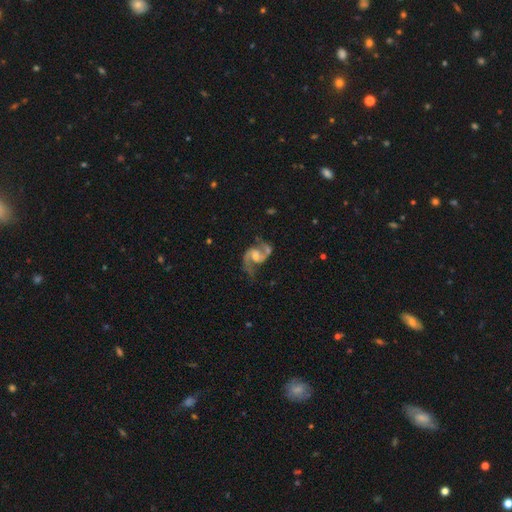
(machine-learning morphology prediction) A featured or disk galaxy (91%) with a weak bar (48%), 2 (93%) medium (51%) spiral arms (97%) and a moderate central bulge (51%).

Vote fractions:
- Smooth or featured? featured or disk: 91% / star or artifact: 5% / smooth: 5%
- Edge-on disk? no: 98% / yes: 2%
- Bar? weak: 48% / no: 38% / strong: 14%
- Spiral arms? yes: 97% / no: 3%
- Spiral winding? medium: 51% / loose: 40% / tight: 9%
- Spiral arm count? 2: 93% / 1: 2% / can't tell: 2% / 3: 1% / 4: 1% / more than 4: 1%
- Bulge size? moderate: 51% / small: 34% / none: 9% / large: 6% / dominant: 1%
- Merging? none: 64% / minor disturbance: 18% / major disturbance: 11% / merger: 6%